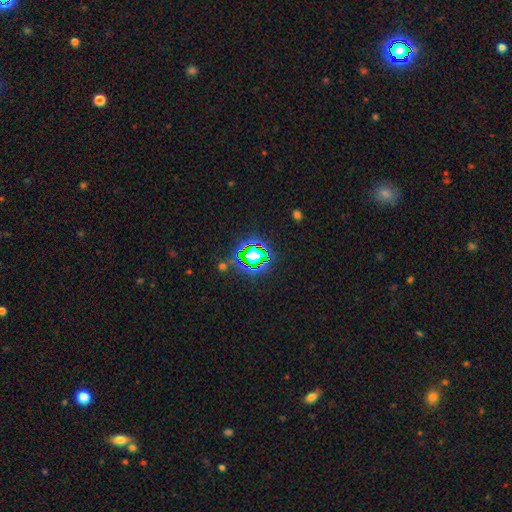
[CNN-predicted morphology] Smooth or featured?
  - star or artifact: 78% *
  - smooth: 14%
  - featured or disk: 8%